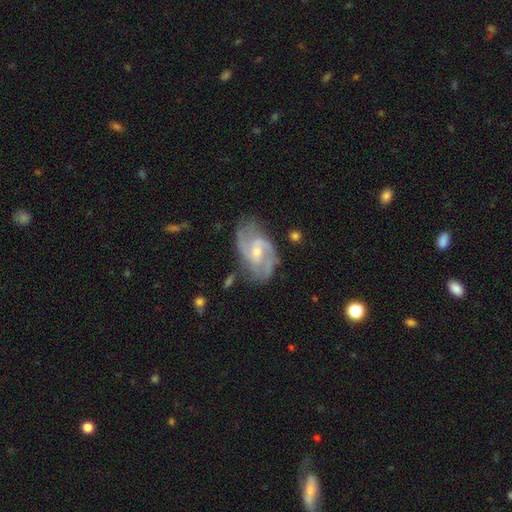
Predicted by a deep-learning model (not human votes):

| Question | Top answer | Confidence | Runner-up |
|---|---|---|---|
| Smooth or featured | featured or disk | 86% | smooth (8%) |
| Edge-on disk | no | 97% | yes (3%) |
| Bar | weak | 51% | no (35%) |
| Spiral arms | yes | 96% | no (4%) |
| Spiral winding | medium | 51% | tight (31%) |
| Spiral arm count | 2 | 68% | 3 (13%) |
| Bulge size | small | 58% | moderate (38%) |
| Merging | none | 73% | minor disturbance (18%) |